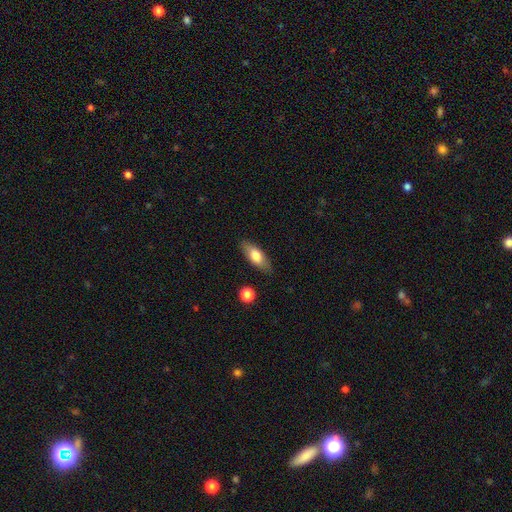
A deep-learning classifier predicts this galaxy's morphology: Q: Smooth or featured?
A: smooth (74%); runner-up: featured or disk (20%)
Q: How rounded?
A: in between (78%); runner-up: cigar-shaped (20%)
Q: Merging?
A: none (84%); runner-up: minor disturbance (12%)